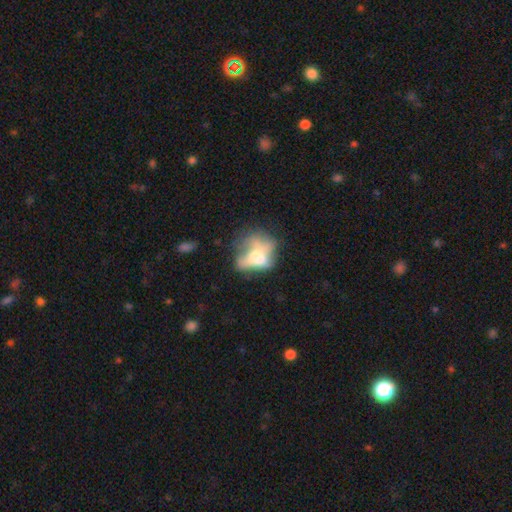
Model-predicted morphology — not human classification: Smooth or featured: smooth — 47% (featured or disk — 41%)
Merging: major disturbance — 32% (merger — 28%)